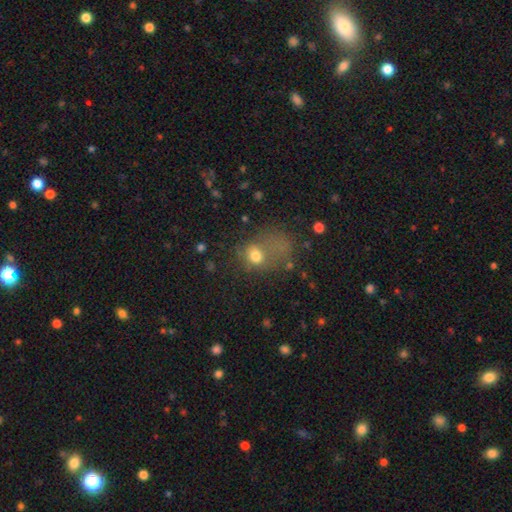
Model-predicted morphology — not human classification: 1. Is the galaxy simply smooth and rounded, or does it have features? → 66% smooth, 18% featured or disk, 17% star or artifact.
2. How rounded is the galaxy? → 50% round, 49% in between, 1% cigar-shaped.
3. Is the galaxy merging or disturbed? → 44% major disturbance, 28% none, 20% minor disturbance, 8% merger.